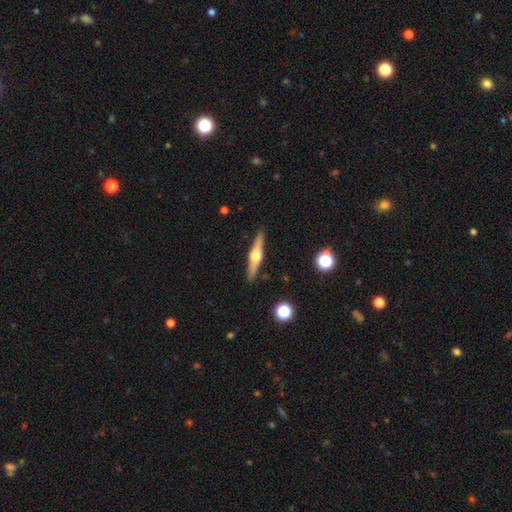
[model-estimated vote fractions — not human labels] Overall: featured or disk (71%). Edge-on disk: yes (97%). Edge-on bulge: rounded (95%). Merging: none (91%).